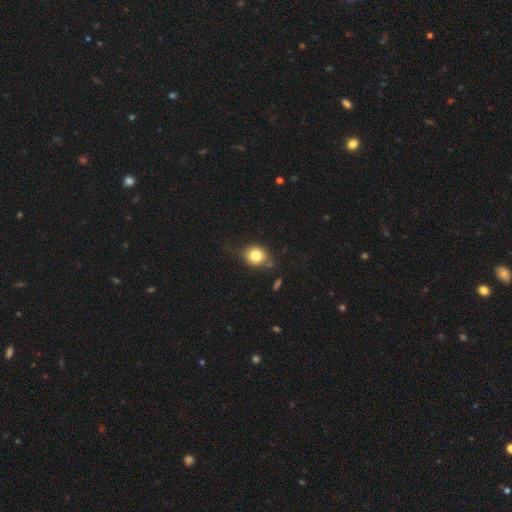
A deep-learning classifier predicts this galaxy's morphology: The model was most divided on "merging": none: 68%, minor disturbance: 22%, major disturbance: 7%, merger: 4%. More confident: smooth or featured — smooth (78%); how rounded — round (73%).